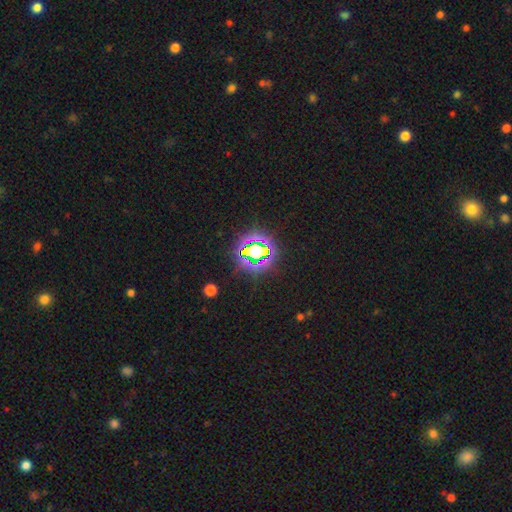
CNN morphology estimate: star or artifact 67%, smooth 20%, featured or disk 12%.